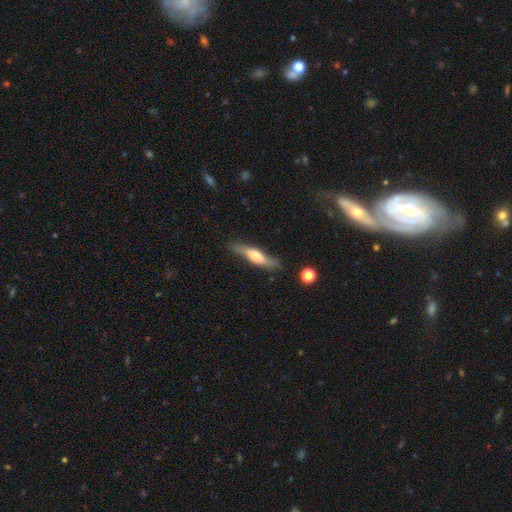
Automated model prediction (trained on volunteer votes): smooth-or-featured: featured or disk: 47% (tied) | smooth: 47% (tied) | star or artifact: 6%
  merging: none: 76% | minor disturbance: 17% | major disturbance: 4% | merger: 2%